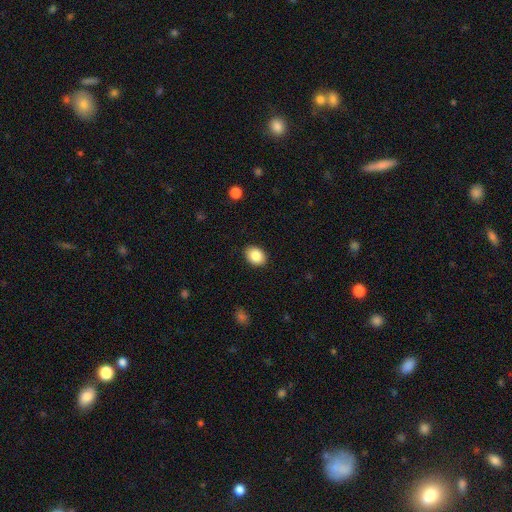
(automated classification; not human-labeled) This appears to be a smooth galaxy with no disk features (87%) that is in between round and cigar-shaped (66%). Merging: none (89%).